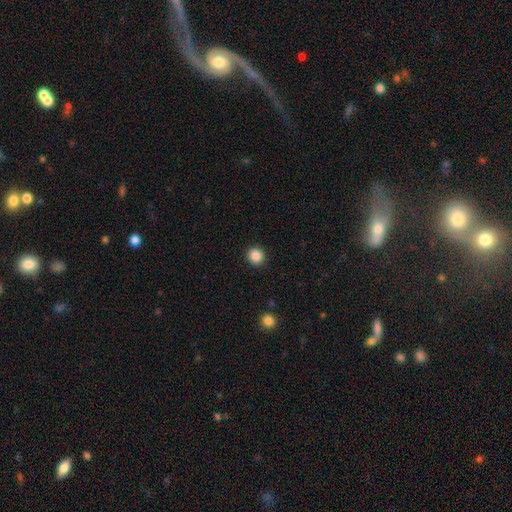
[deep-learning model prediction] smooth-or-featured: smooth: 87% | star or artifact: 10% | featured or disk: 3%
  how-rounded: round: 92% | in between: 7% | cigar-shaped: 1%
  merging: none: 92% | minor disturbance: 5% | major disturbance: 2% | merger: 1%